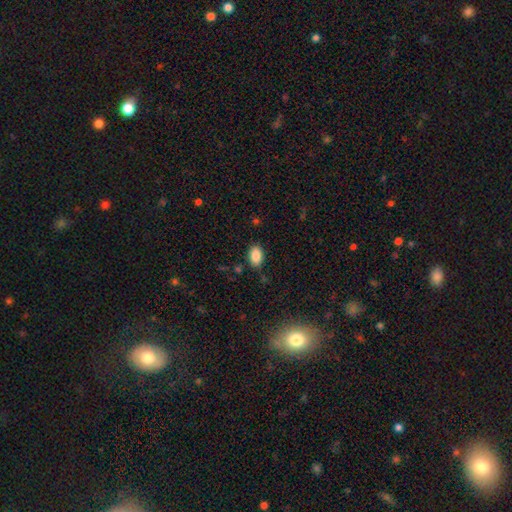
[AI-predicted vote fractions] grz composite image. It shows a smooth galaxy with no disk features (87%) that is in between round and cigar-shaped (89%). Merging: none (84%).